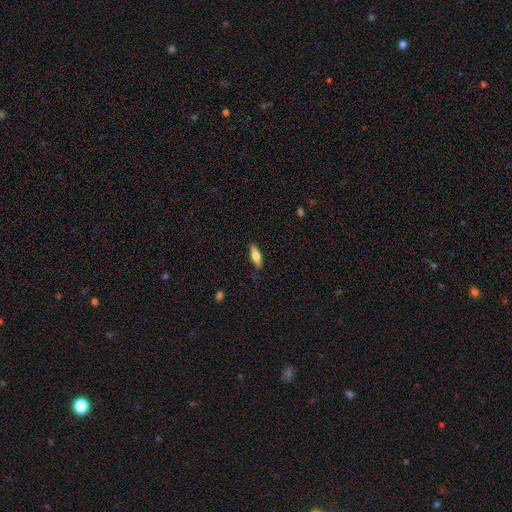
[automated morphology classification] A smooth galaxy with no disk features (60%) that is cigar-shaped (53%).

Vote fractions:
- Smooth or featured? smooth: 60% / featured or disk: 34% / star or artifact: 6%
- How rounded? cigar-shaped: 53% / in between: 44% / round: 2%
- Merging? none: 82% / minor disturbance: 13% / major disturbance: 3% / merger: 1%